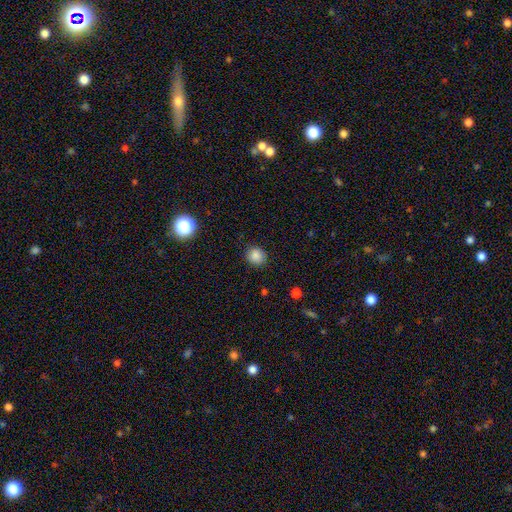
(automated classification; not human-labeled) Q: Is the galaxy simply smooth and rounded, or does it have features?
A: smooth — 85%.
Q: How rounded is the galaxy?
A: round — 82%.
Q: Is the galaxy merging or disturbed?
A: none — 86%.